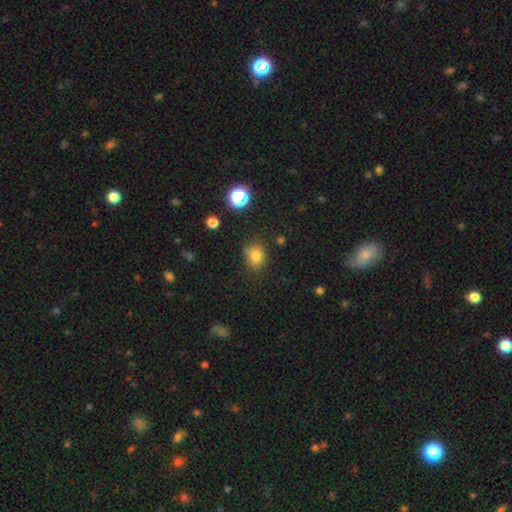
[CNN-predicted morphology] type=smooth (78%); roundness=round (59%); merging=none (73%).